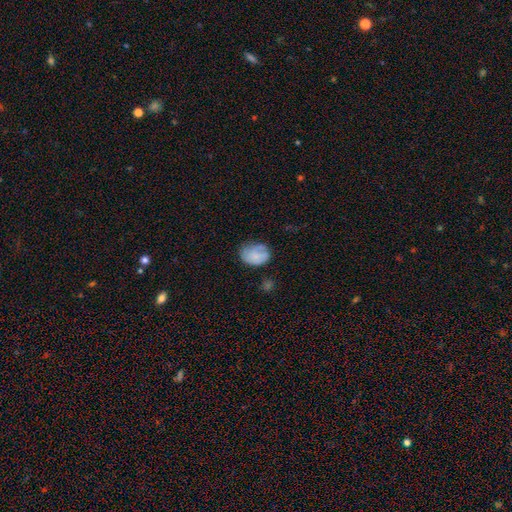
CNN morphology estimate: Smooth or featured? smooth (70%)
How rounded? in between (66%)
Merging? none (52%)